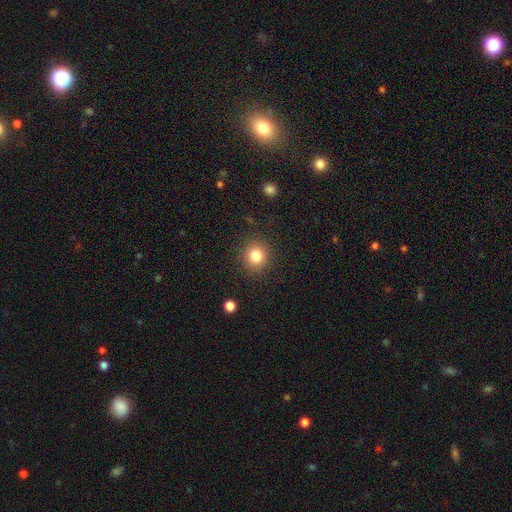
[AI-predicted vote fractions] smooth 82%, star or artifact 12%, featured or disk 7%. Down the decision tree: how rounded — round (89%); merging — none (88%).